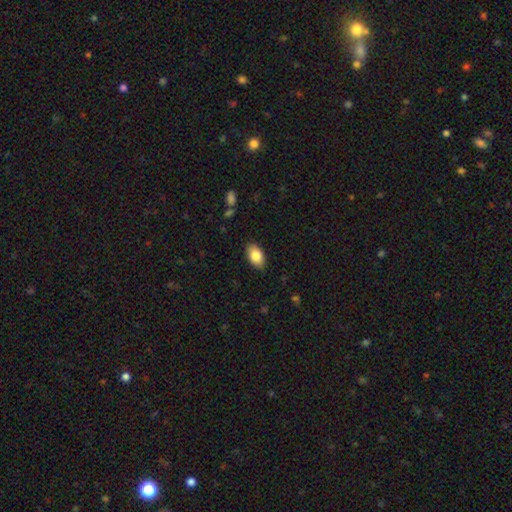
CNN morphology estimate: Smooth or featured? Predicted: smooth (p=0.84). How rounded? Predicted: in between (p=0.93). Merging? Predicted: none (p=0.87).